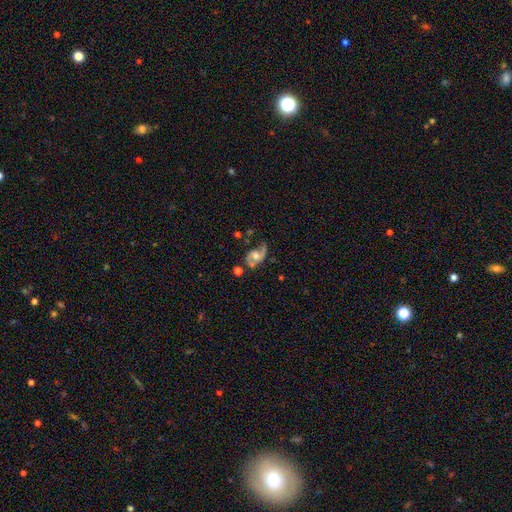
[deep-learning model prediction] Overall: featured or disk (81%). Edge-on disk: no (97%). Bar: no (63%; weak 30%). Spiral arms: yes (93%). Spiral arm count: 2 (84%). Spiral winding: medium (45%; loose 40%). Bulge size: moderate (66%). Merging: none (55%; minor disturbance 23%).